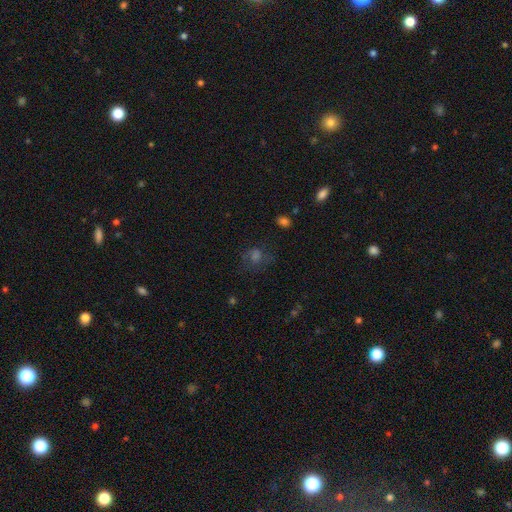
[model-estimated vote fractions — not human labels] The model was most divided on "smooth or featured": smooth: 43%, star or artifact: 33%, featured or disk: 24%. More confident: merging — none (66%).